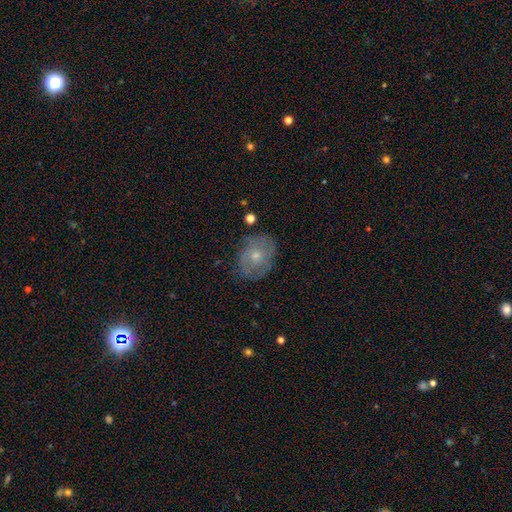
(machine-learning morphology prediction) The model was most divided on "smooth or featured": featured or disk: 51%, smooth: 41%, star or artifact: 8%. More confident: edge-on disk — no (96%); merging — none (69%).